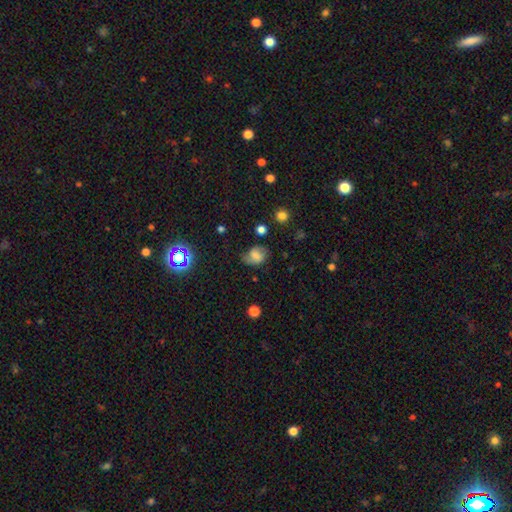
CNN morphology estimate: Smooth or featured? Predicted: smooth (p=0.48). Merging? Predicted: none (p=0.62).